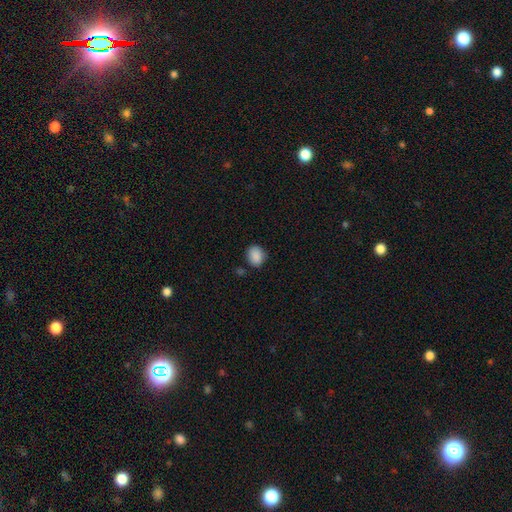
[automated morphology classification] smooth-or-featured: smooth: 88% | star or artifact: 8% | featured or disk: 3%
  how-rounded: round: 57% | in between: 42% | cigar-shaped: 1%
  merging: none: 80% | minor disturbance: 14% | merger: 3% | major disturbance: 3%